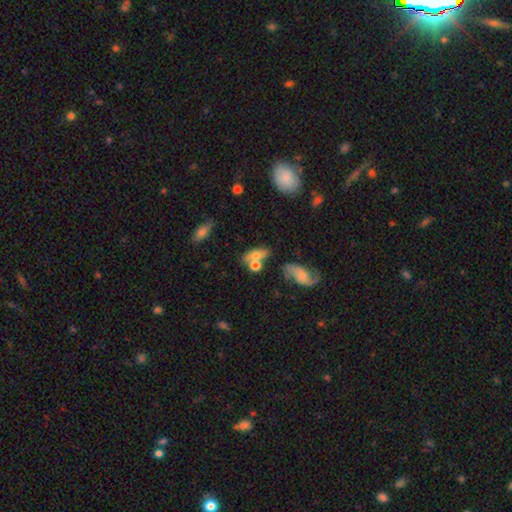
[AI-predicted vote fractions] Morphology: type=smooth (63%); roundness=in between (74%); merging=none (43%).